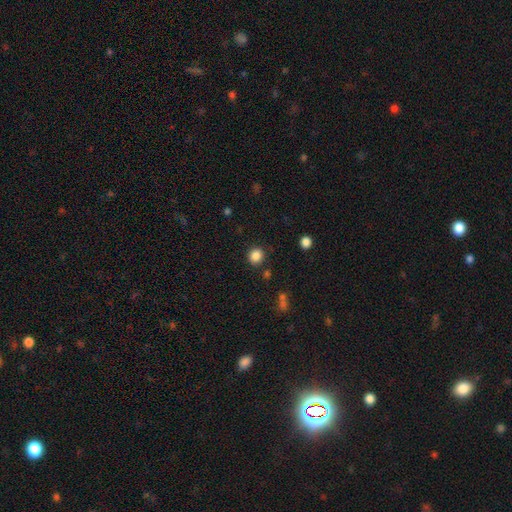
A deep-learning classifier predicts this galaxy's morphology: Q: Smooth or featured?
A: smooth (86%); runner-up: star or artifact (11%)
Q: How rounded?
A: round (87%); runner-up: in between (12%)
Q: Merging?
A: none (87%); runner-up: minor disturbance (8%)